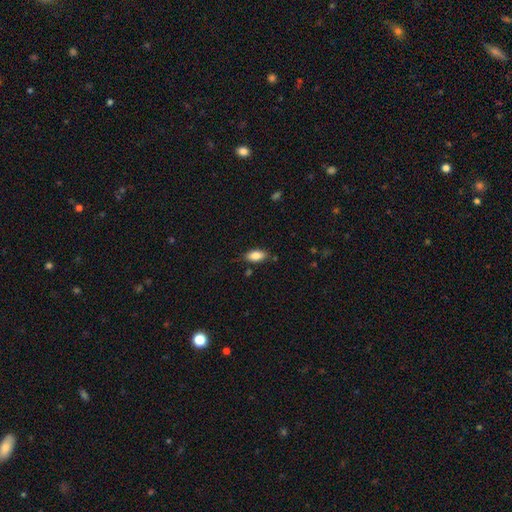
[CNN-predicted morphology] This appears to be a smooth galaxy with no disk features (82%) that is in between round and cigar-shaped (90%). Merging: none (80%).